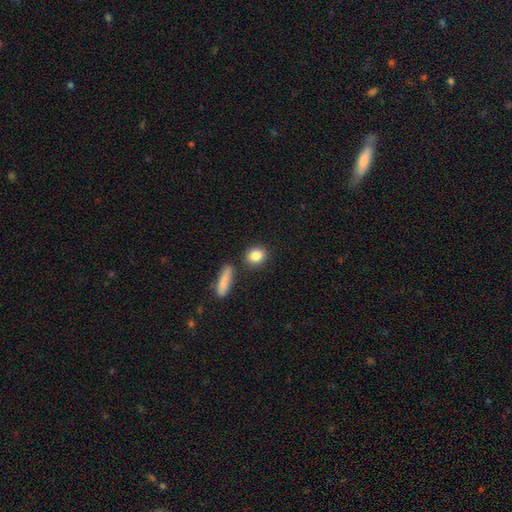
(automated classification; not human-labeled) Overall: smooth (85%). How rounded: round (65%; in between 30%). Merging: none (82%).